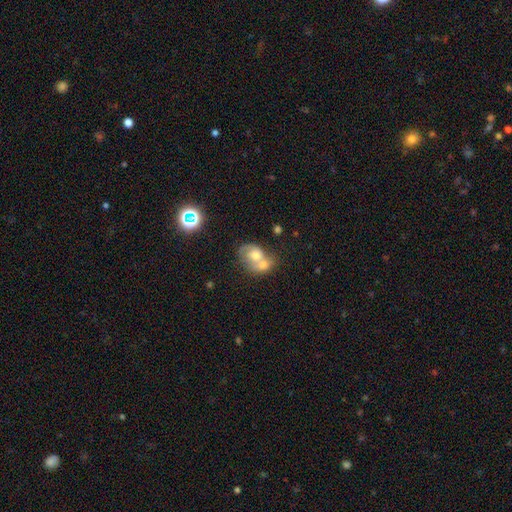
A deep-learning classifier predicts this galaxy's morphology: Overall: smooth (45%; featured or disk 44%). Merging: merger (68%).